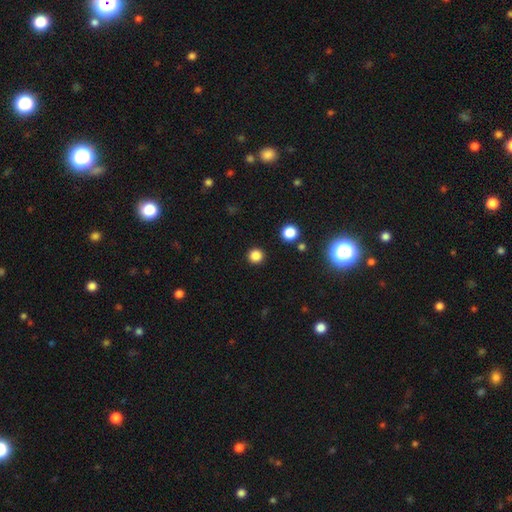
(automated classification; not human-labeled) smooth_or_featured: smooth (p=0.84) [alt: star or artifact p=0.13]
how_rounded: round (p=0.95) [alt: in between p=0.04]
merging: none (p=0.92) [alt: minor disturbance p=0.04]